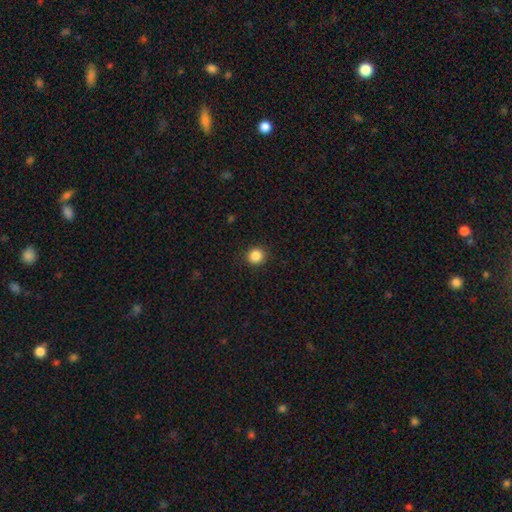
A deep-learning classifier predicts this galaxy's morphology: type=smooth (86%); roundness=round (92%); merging=none (92%).